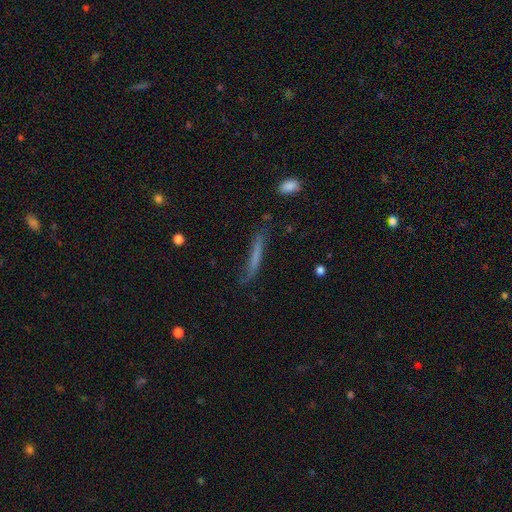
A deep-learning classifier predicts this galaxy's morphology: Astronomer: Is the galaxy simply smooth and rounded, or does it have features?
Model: smooth — 57% (runner-up: featured or disk, 33%).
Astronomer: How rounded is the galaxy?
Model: cigar-shaped — 94%.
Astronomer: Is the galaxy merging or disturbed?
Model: none — 64%.